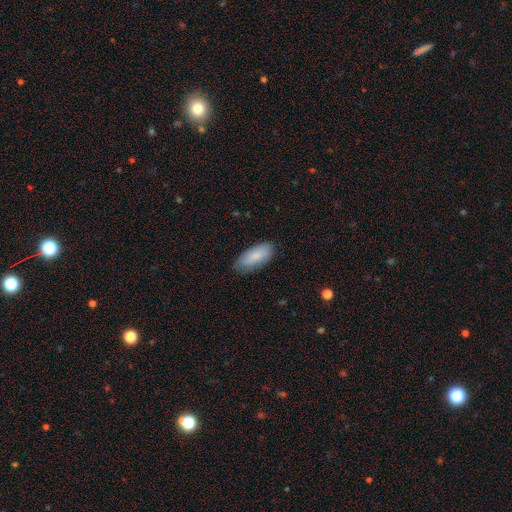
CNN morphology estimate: smooth-or-featured: smooth: 87% | featured or disk: 7% | star or artifact: 6%
  how-rounded: in between: 83% | cigar-shaped: 15% | round: 2%
  merging: none: 80% | minor disturbance: 16% | major disturbance: 3% | merger: 1%